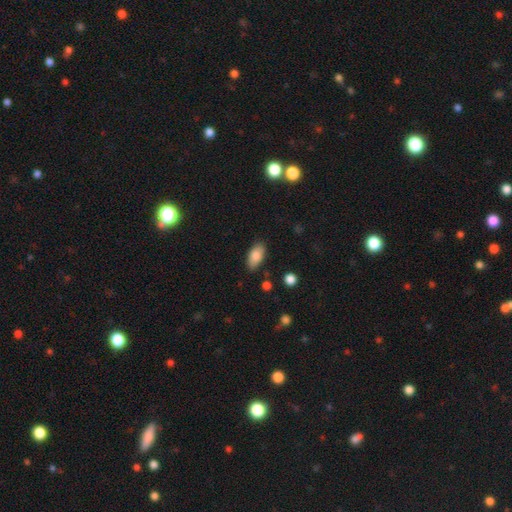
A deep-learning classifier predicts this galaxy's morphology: A smooth galaxy with no disk features (84%) that is in between round and cigar-shaped (92%). Merging: none (83%).